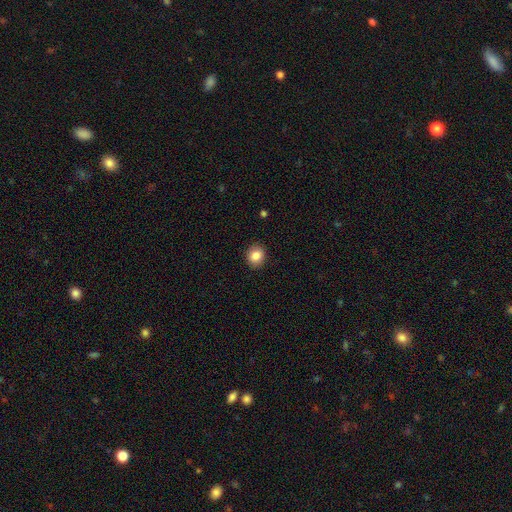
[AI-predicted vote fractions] Overall: smooth (85%). How rounded: round (69%; in between 30%). Merging: none (90%).